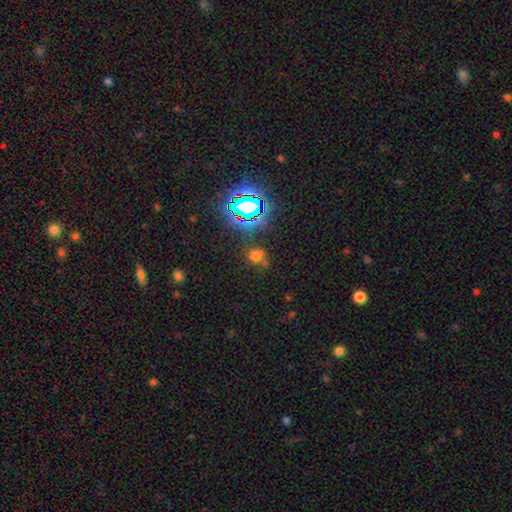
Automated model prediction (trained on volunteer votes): The model was most divided on "smooth or featured": smooth: 50%, star or artifact: 42%, featured or disk: 9%. More confident: merging — none (63%).